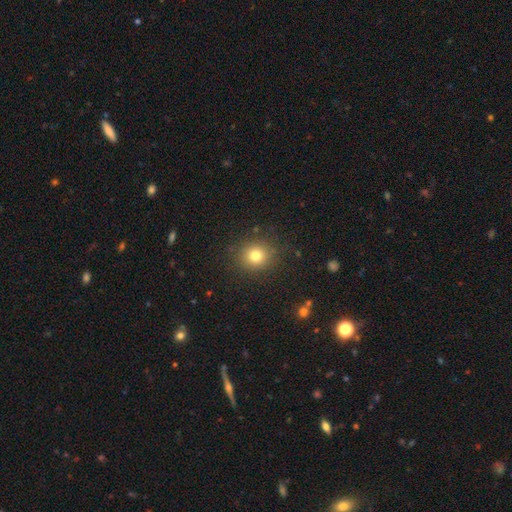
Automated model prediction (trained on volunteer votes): Smooth or featured? smooth (78%)
How rounded? round (87%)
Merging? none (88%)